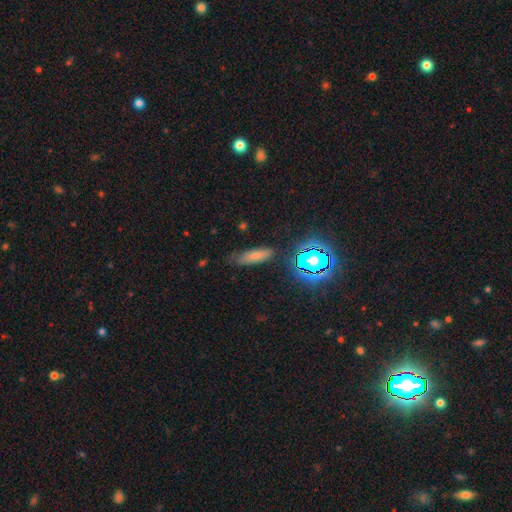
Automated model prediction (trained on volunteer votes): Smooth or featured?
  - smooth: 69% *
  - star or artifact: 17%
  - featured or disk: 14%
How rounded?
  - cigar-shaped: 53% *
  - in between: 43%
  - round: 4%
Merging?
  - none: 74% *
  - minor disturbance: 18%
  - major disturbance: 5%
  - merger: 3%